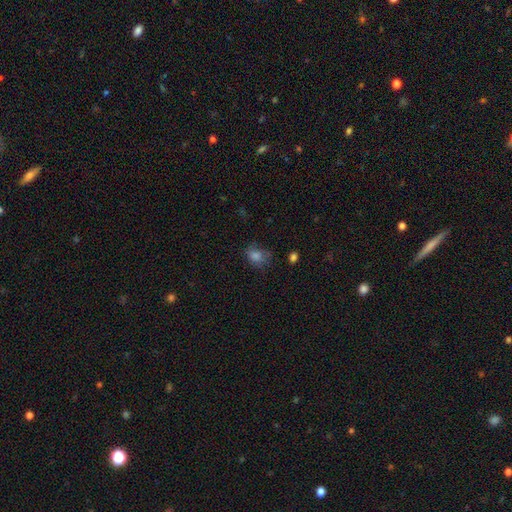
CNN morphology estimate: This appears to be a smooth galaxy with no disk features (72%) that is in between round and cigar-shaped (51%). Merging: none (59%).